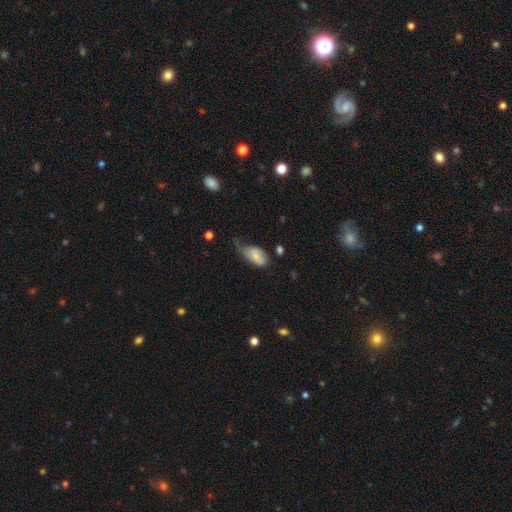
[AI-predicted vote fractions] Morphology: type=smooth (74%); roundness=in between (93%); merging=minor disturbance (45%).